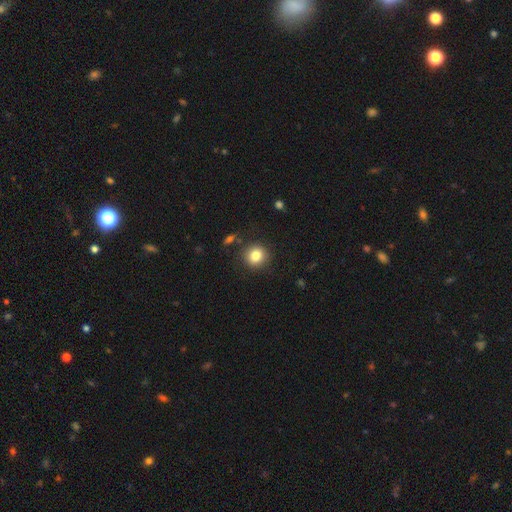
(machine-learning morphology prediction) Q: Smooth or featured?
A: smooth (82%); runner-up: star or artifact (11%)
Q: How rounded?
A: round (89%); runner-up: in between (10%)
Q: Merging?
A: none (87%); runner-up: minor disturbance (8%)